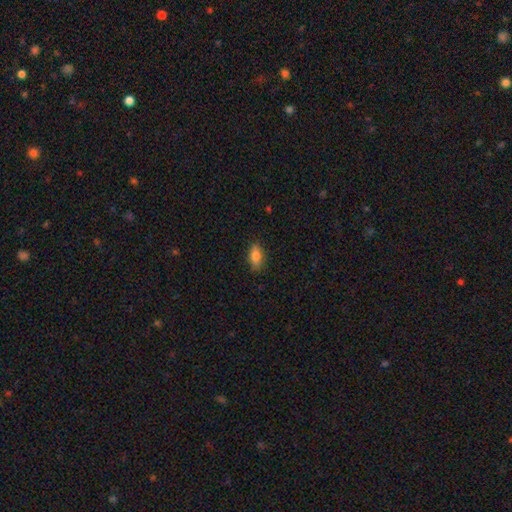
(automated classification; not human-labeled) This is clearly a smooth galaxy (81%). How rounded: clearly in between (84%). Merging: clearly none (81%).